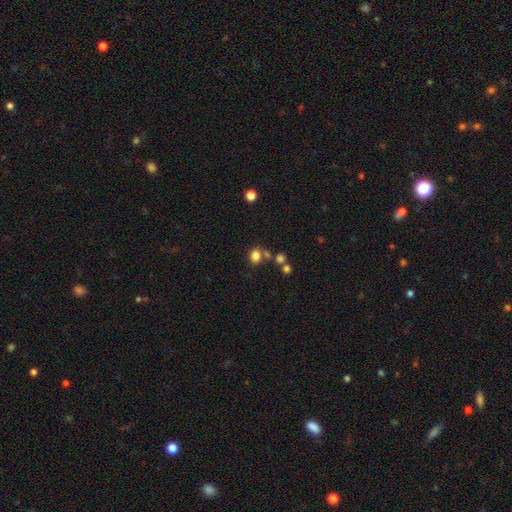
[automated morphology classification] This appears to be a smooth galaxy with no disk features (79%) that is in between round and cigar-shaped (51%). Merging: none (63%).